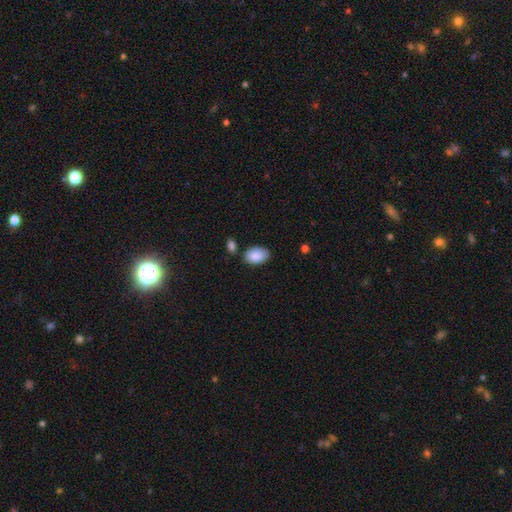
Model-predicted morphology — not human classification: The model was most divided on "merging": none: 69%, minor disturbance: 20%, merger: 6%, major disturbance: 4%. More confident: how rounded — in between (90%); smooth or featured — smooth (87%).